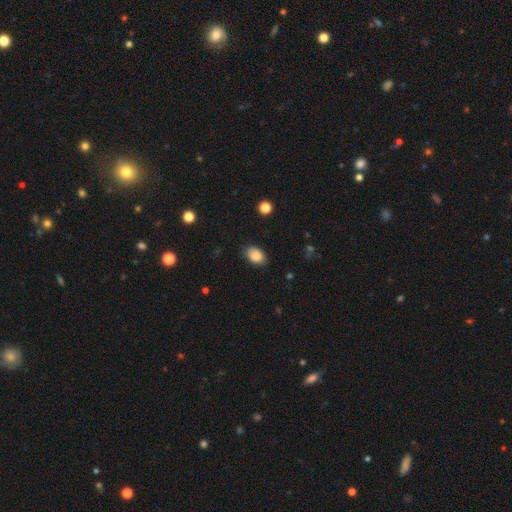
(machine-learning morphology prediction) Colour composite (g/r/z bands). It shows a smooth galaxy with no disk features (87%) that is in between round and cigar-shaped (79%). Merging: none (81%).